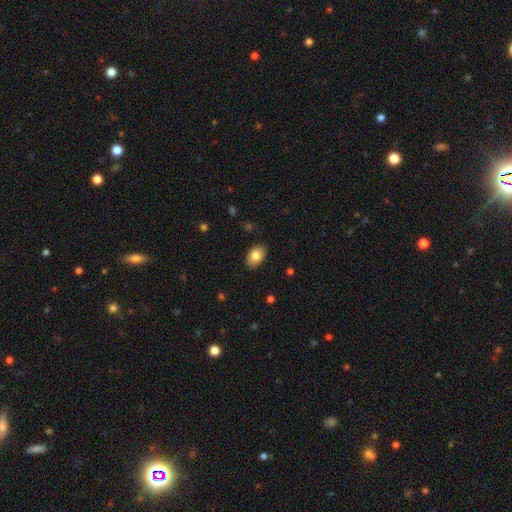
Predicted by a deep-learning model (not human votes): A smooth galaxy with no disk features (82%) that is in between round and cigar-shaped (81%). Merging: none (87%).